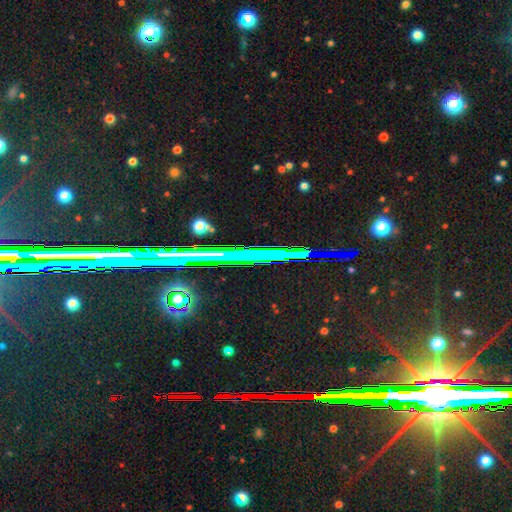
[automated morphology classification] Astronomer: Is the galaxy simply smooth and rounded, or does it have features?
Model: star or artifact — 65%.